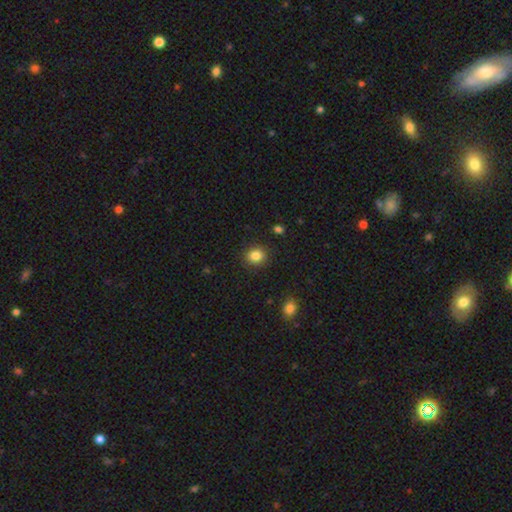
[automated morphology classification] The model was most divided on "how rounded": round: 76%, in between: 23%, cigar-shaped: 1%. More confident: merging — none (89%); smooth or featured — smooth (84%).